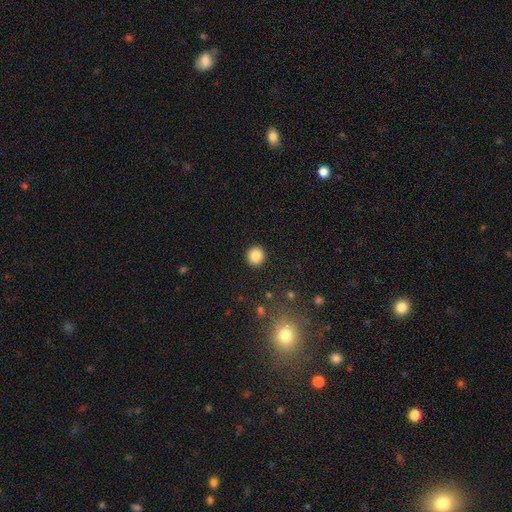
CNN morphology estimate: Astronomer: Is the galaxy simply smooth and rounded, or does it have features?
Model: smooth — 85%.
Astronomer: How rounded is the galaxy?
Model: round — 92%.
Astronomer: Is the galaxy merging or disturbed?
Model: none — 92%.